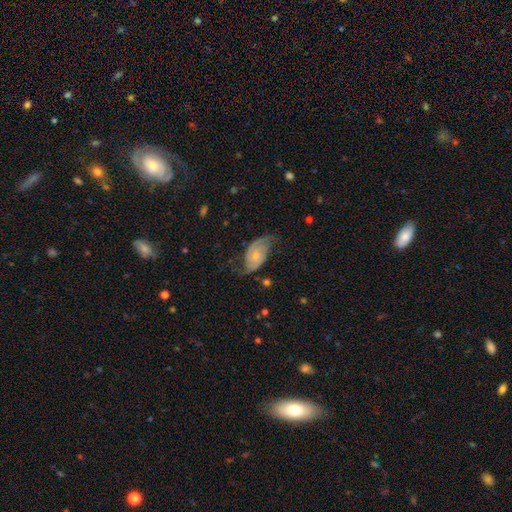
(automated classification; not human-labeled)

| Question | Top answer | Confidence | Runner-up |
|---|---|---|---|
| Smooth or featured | featured or disk | 77% | smooth (17%) |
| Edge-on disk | no | 96% | yes (4%) |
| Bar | no | 70% | weak (25%) |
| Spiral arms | yes | 94% | no (6%) |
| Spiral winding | medium | 40% | loose (37%) |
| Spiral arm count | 2 | 87% | can't tell (7%) |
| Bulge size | small | 59% | moderate (33%) |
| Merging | none | 61% | minor disturbance (24%) |